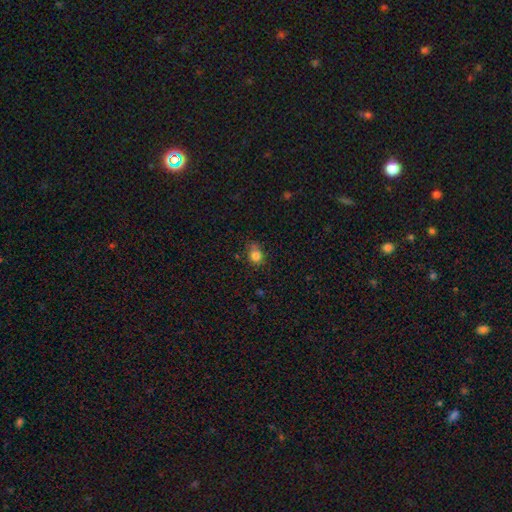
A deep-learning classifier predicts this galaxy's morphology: This is clearly a smooth galaxy (82%). How rounded: likely round (62%). Merging: likely none (63%).